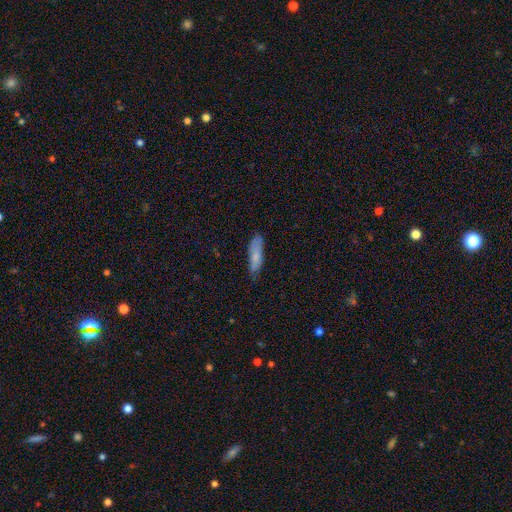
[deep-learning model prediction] Smooth or featured: smooth — 76% (featured or disk — 17%)
How rounded: cigar-shaped — 64% (in between — 35%)
Merging: none — 74% (minor disturbance — 21%)